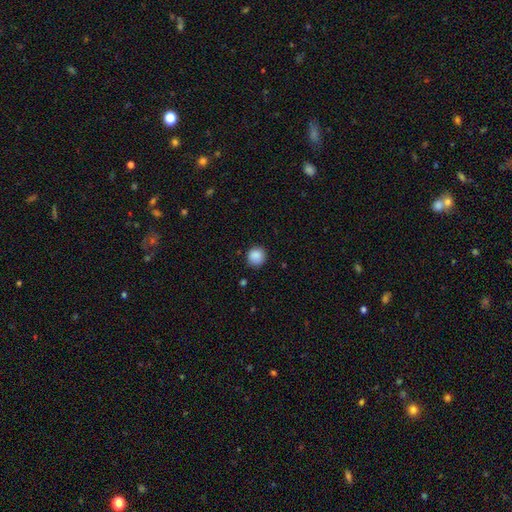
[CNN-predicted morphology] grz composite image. It shows a smooth galaxy with no disk features (88%) that is round (92%). Merging: none (86%).